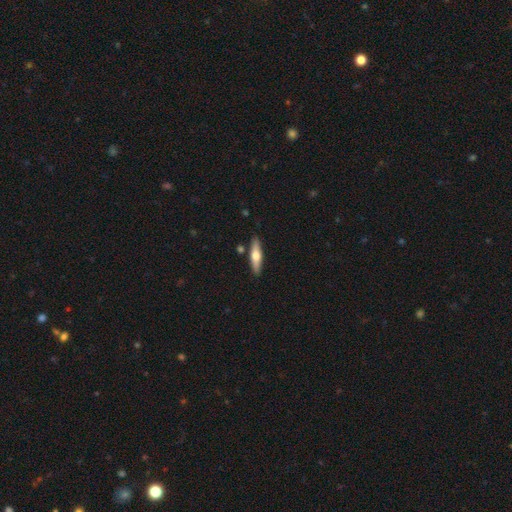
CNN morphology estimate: Q: Smooth or featured?
A: smooth (50%); runner-up: featured or disk (45%)
Q: Merging?
A: none (86%); runner-up: minor disturbance (9%)